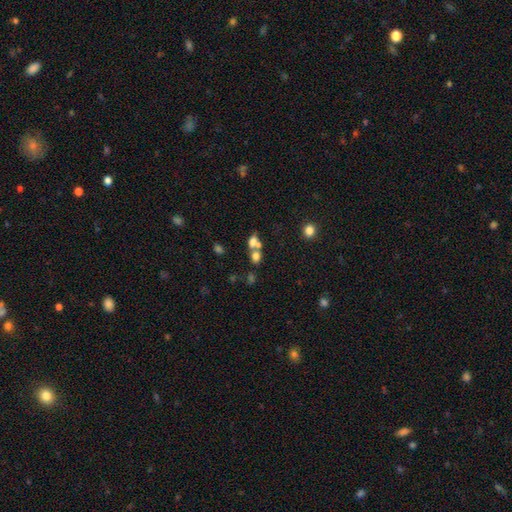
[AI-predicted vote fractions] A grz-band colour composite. It shows a smooth galaxy with no disk features (67%) that is round (54%). Merging: merger (56%).